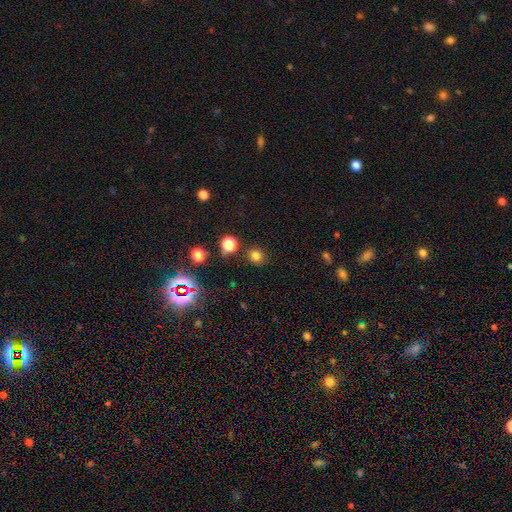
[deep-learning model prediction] A smooth galaxy with no disk features (76%) that is round (88%). Merging: none (84%).